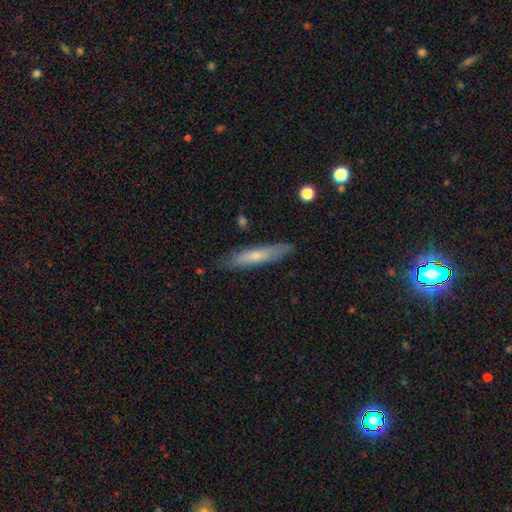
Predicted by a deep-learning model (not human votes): smooth_or_featured: smooth (p=0.60) [alt: featured or disk p=0.34]
how_rounded: cigar-shaped (p=0.86) [alt: in between p=0.13]
merging: none (p=0.82) [alt: minor disturbance p=0.14]